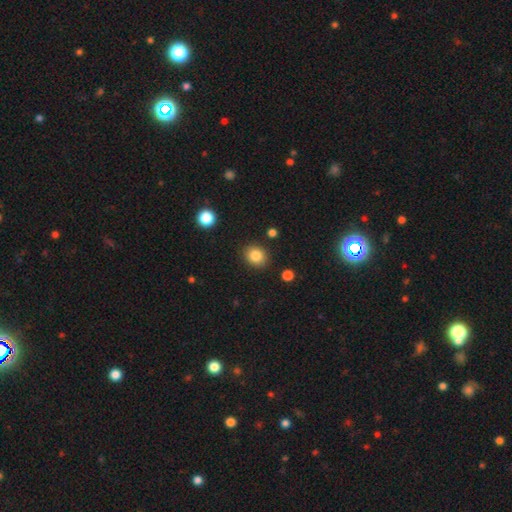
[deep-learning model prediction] smooth-or-featured: smooth: 85% | star or artifact: 10% | featured or disk: 5%
  how-rounded: round: 68% | in between: 31% | cigar-shaped: 1%
  merging: none: 88% | minor disturbance: 8% | major disturbance: 2% | merger: 2%